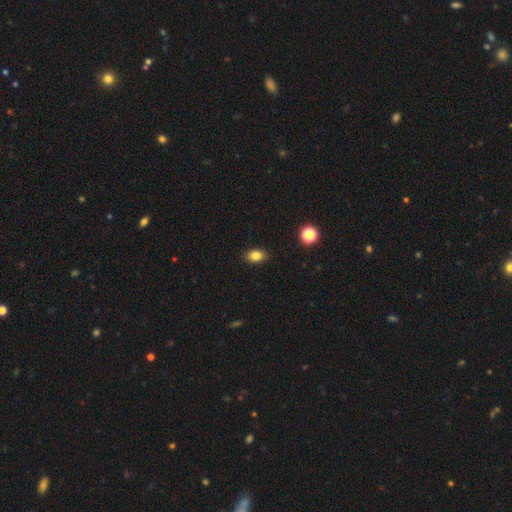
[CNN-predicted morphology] This is clearly a smooth galaxy (82%). How rounded: likely in between (79%). Merging: clearly none (89%).